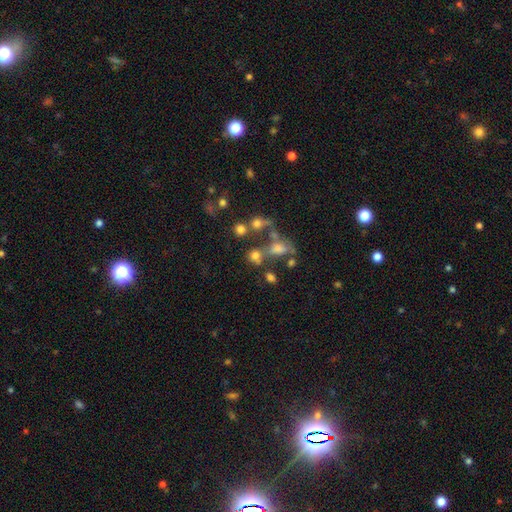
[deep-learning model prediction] smooth-or-featured: smooth: 68% | star or artifact: 17% | featured or disk: 15%
  how-rounded: round: 64% | in between: 33% | cigar-shaped: 2%
  merging: none: 40% | merger: 37% | minor disturbance: 12% | major disturbance: 11%